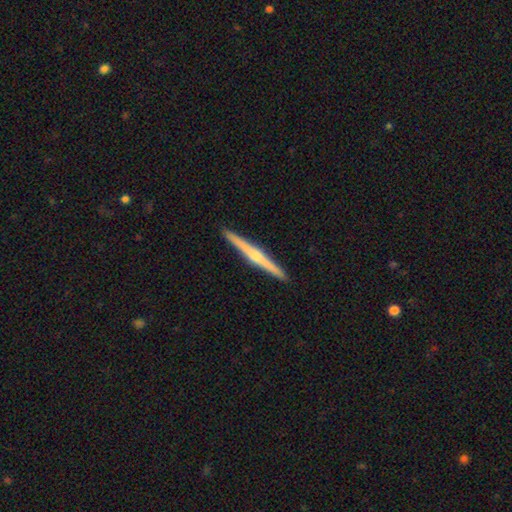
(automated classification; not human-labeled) Morphology: type=featured or disk (69%); edge-on=yes (98%); edge-on bulge=rounded (72%); merging=none (93%).